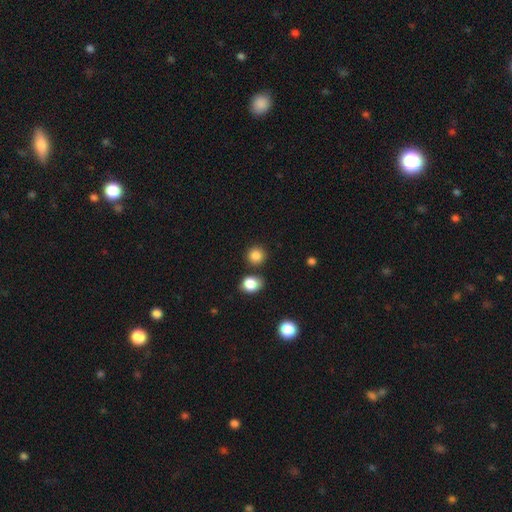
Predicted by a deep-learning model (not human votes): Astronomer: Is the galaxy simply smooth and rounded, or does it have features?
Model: smooth — 85%.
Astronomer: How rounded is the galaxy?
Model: round — 89%.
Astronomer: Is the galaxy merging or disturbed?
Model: none — 82%.